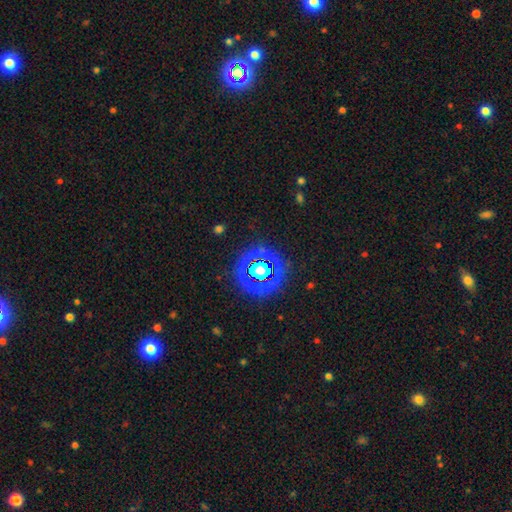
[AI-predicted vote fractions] The model was most divided on "smooth or featured": star or artifact: 76%, smooth: 17%, featured or disk: 8%.